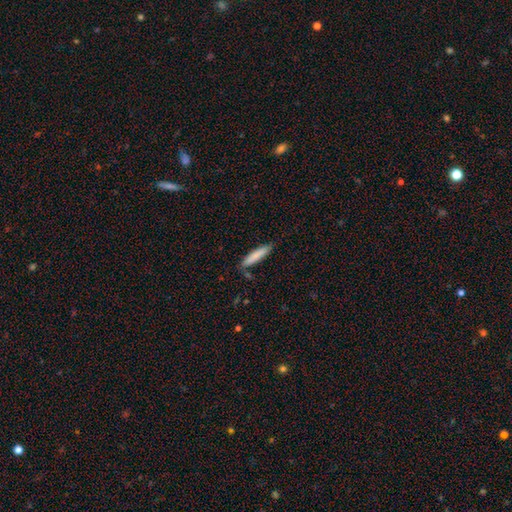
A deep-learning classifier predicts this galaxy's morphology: Overall: smooth (82%). How rounded: cigar-shaped (84%). Merging: none (81%).